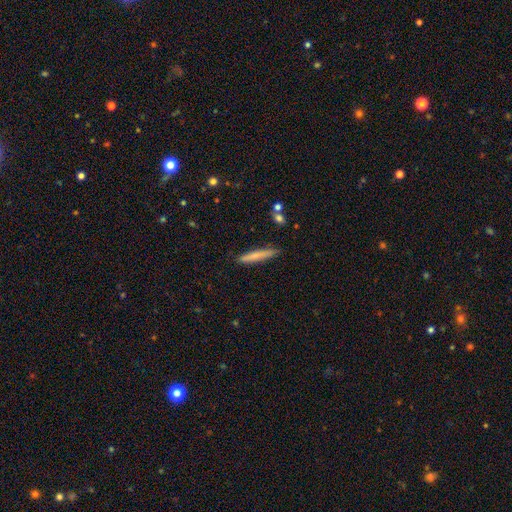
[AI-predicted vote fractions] Smooth or featured?
  - smooth: 73% *
  - featured or disk: 20%
  - star or artifact: 6%
How rounded?
  - cigar-shaped: 94% *
  - in between: 5%
  - round: 1%
Merging?
  - none: 87% *
  - minor disturbance: 9%
  - major disturbance: 2%
  - merger: 2%